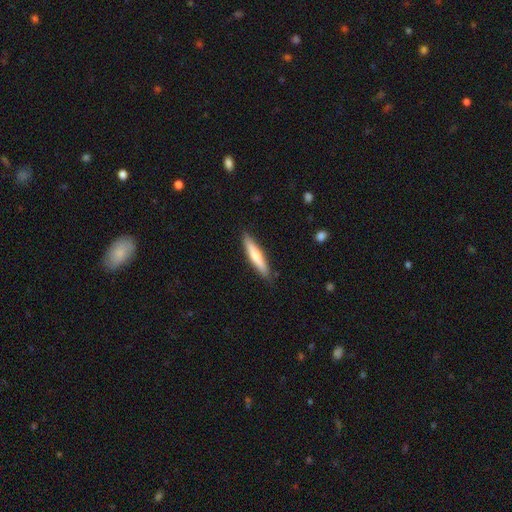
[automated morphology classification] smooth_or_featured: smooth (p=0.63) [alt: featured or disk p=0.32]
how_rounded: cigar-shaped (p=0.89) [alt: in between p=0.10]
merging: none (p=0.88) [alt: minor disturbance p=0.09]